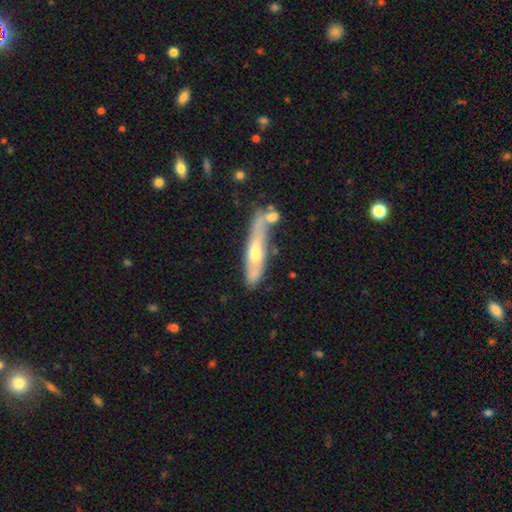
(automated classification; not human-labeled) Q: Smooth or featured?
A: featured or disk (53%); runner-up: smooth (41%)
Q: Edge-on disk?
A: yes (54%); runner-up: no (46%)
Q: Merging?
A: none (45%); runner-up: minor disturbance (22%)